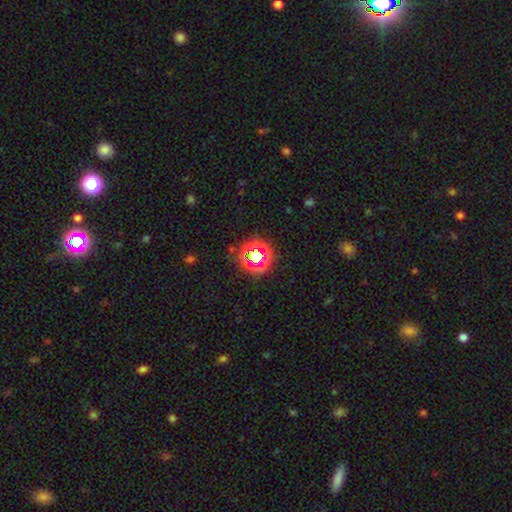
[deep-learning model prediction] Smooth or featured: star or artifact — 63% (smooth — 26%)